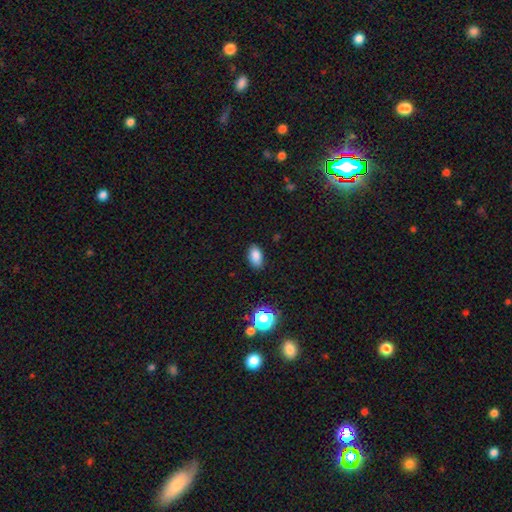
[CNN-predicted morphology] Q: Smooth or featured?
A: smooth (84%); runner-up: star or artifact (11%)
Q: How rounded?
A: in between (91%); runner-up: round (7%)
Q: Merging?
A: none (87%); runner-up: minor disturbance (10%)